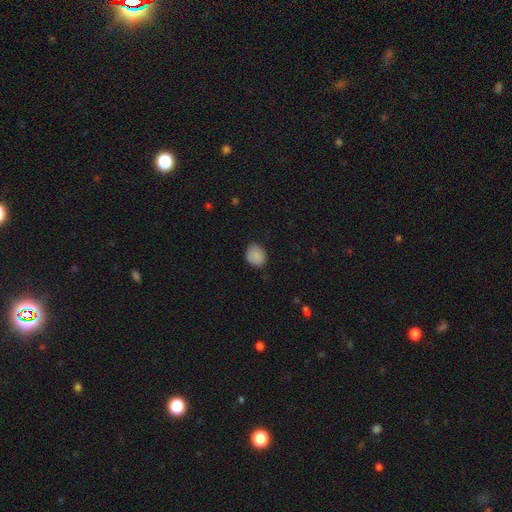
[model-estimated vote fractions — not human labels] Smooth or featured?
  - smooth: 87% *
  - star or artifact: 8%
  - featured or disk: 5%
How rounded?
  - round: 57% *
  - in between: 42%
  - cigar-shaped: 1%
Merging?
  - none: 77% *
  - minor disturbance: 18%
  - major disturbance: 3%
  - merger: 1%